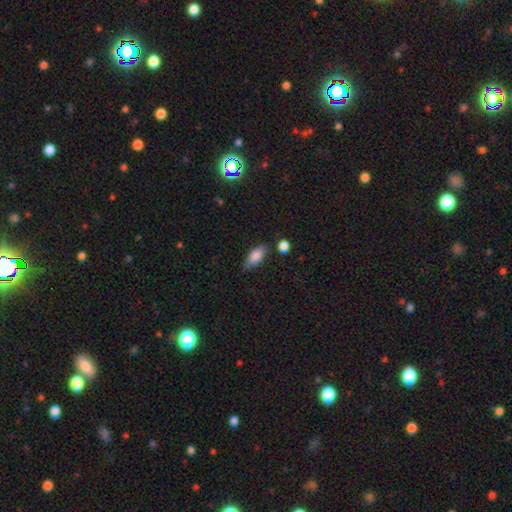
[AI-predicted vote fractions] Q: Smooth or featured?
A: smooth (85%); runner-up: featured or disk (9%)
Q: How rounded?
A: in between (84%); runner-up: cigar-shaped (13%)
Q: Merging?
A: none (71%); runner-up: minor disturbance (20%)